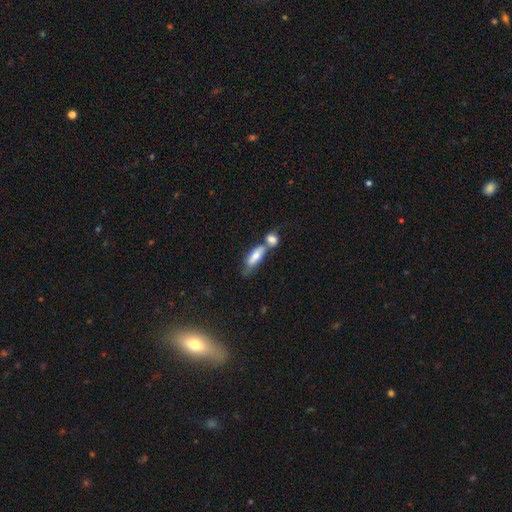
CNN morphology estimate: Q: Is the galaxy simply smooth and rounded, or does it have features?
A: smooth — 69%.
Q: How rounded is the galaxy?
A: in between — 65%.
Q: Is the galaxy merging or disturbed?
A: merger — 54%.